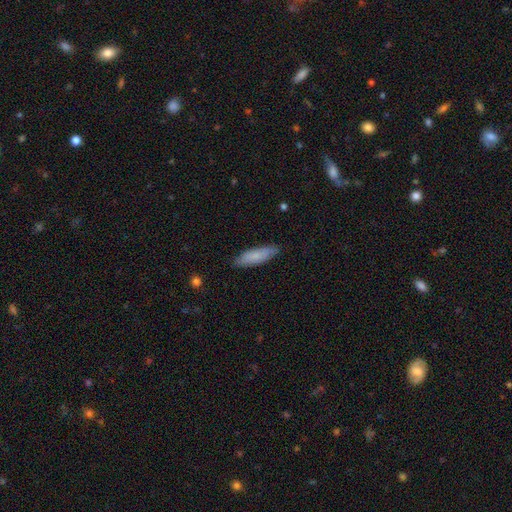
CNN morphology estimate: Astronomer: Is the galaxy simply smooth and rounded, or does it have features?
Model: smooth — 79%.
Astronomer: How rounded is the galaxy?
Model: cigar-shaped — 60% (runner-up: in between, 38%).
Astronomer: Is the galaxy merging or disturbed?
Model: none — 84%.